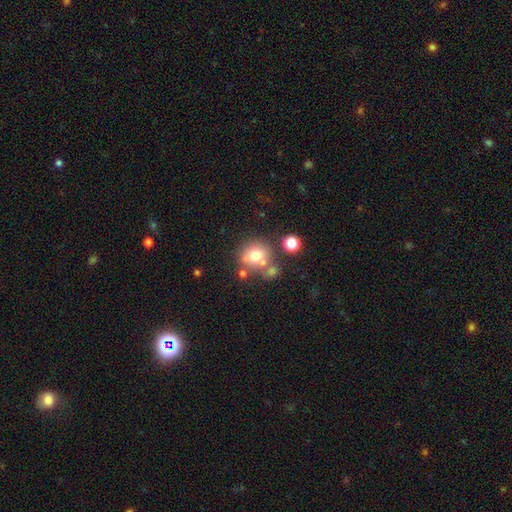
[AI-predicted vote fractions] This is likely a smooth galaxy (67%). How rounded: clearly round (86%). Merging: possibly none (57%).